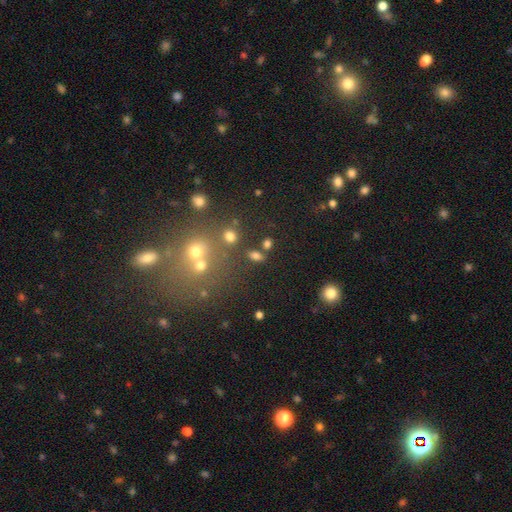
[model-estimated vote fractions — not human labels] This appears to be a smooth galaxy with no disk features (74%) that is in between round and cigar-shaped (81%). Merging: none (73%).